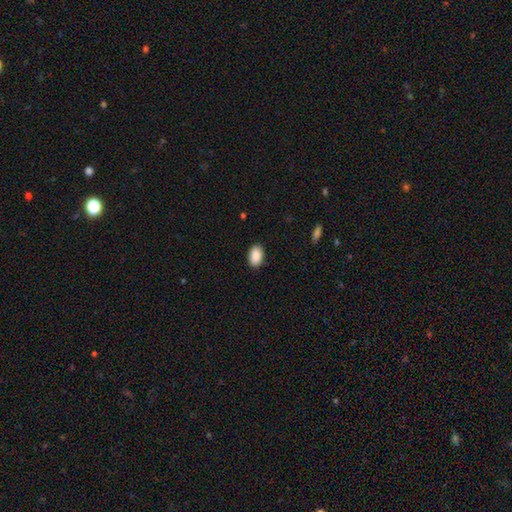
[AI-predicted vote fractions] Smooth or featured: smooth — 90% (star or artifact — 7%)
How rounded: in between — 92% (round — 7%)
Merging: none — 89% (minor disturbance — 8%)